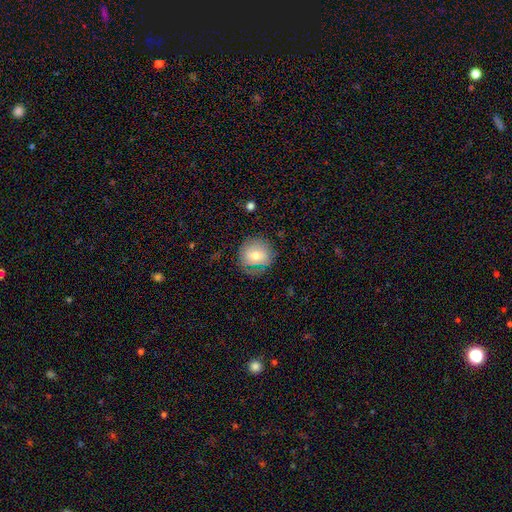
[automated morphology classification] type=smooth (72%); roundness=round (87%); merging=none (78%).